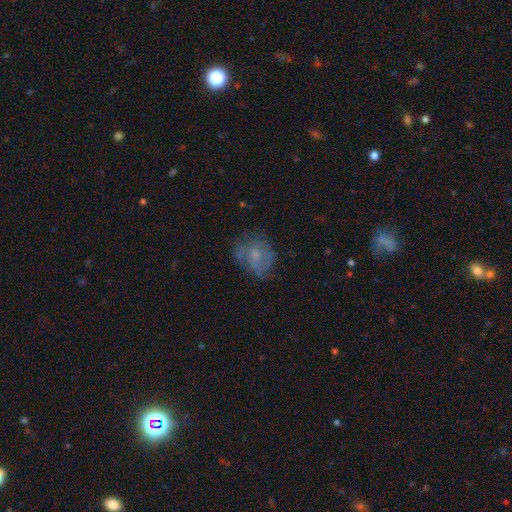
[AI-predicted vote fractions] Morphology: type=smooth (46%); merging=none (54%).